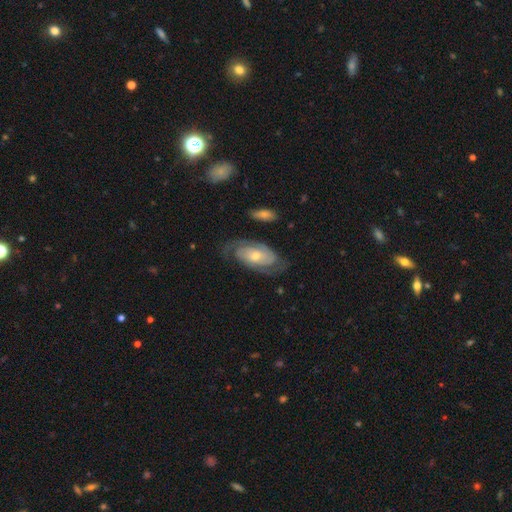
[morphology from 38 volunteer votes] smooth_or_featured: featured or disk (p=0.89) [alt: smooth p=0.08]
disk_edge_on: no (p=0.91) [alt: yes p=0.09]
bar: no (p=0.65) [alt: weak p=0.23]
has_spiral_arms: yes (p=0.90) [alt: no p=0.10]
spiral_winding: tight (p=0.50) [alt: medium p=0.36]
spiral_arm_count: 2 (p=0.75) [alt: can't tell p=0.18]
bulge_size: small (p=0.58) [alt: moderate p=0.39]
merging: none (p=0.68) [alt: minor disturbance p=0.19]